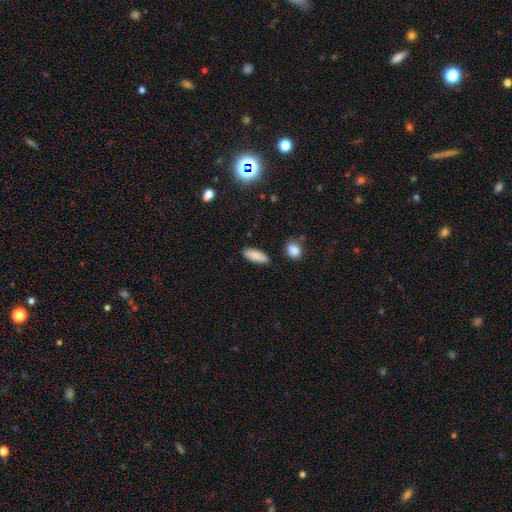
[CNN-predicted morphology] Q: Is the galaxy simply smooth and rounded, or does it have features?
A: smooth — 86%.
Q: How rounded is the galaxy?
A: in between — 75%.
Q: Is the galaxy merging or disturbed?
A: none — 87%.